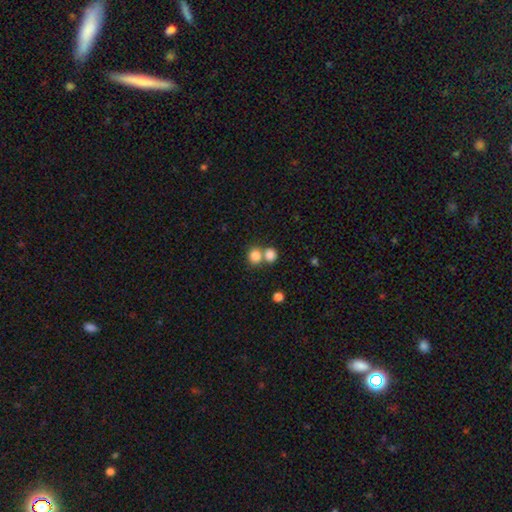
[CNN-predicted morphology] Overall: smooth (82%). How rounded: round (78%). Merging: none (47%; merger 44%).